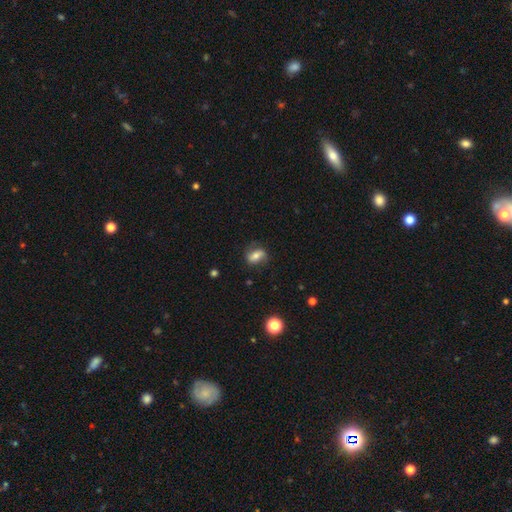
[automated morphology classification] Smooth or featured? smooth (55%)
How rounded? in between (74%)
Merging? none (72%)